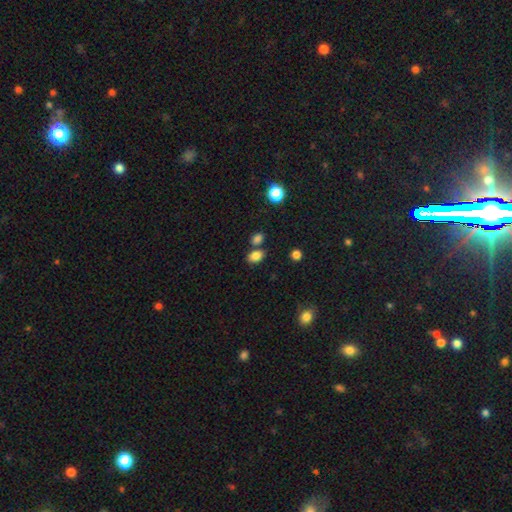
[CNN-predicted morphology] A smooth galaxy with no disk features (83%) that is in between round and cigar-shaped (79%).

Vote fractions:
- Smooth or featured? smooth: 83% / star or artifact: 11% / featured or disk: 6%
- How rounded? in between: 79% / round: 20% / cigar-shaped: 1%
- Merging? none: 64% / merger: 21% / minor disturbance: 12% / major disturbance: 4%